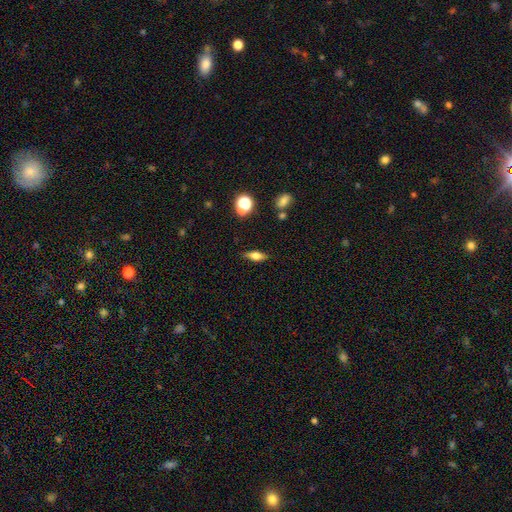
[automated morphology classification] type=smooth (54%); roundness=in between (62%); merging=none (83%).